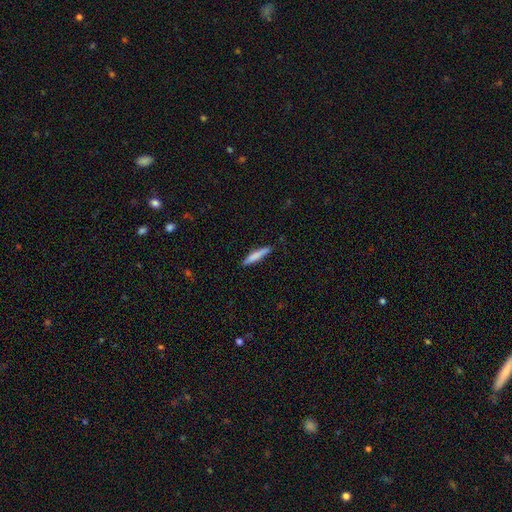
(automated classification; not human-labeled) This appears to be a smooth galaxy with no disk features (78%) that is cigar-shaped (90%). Merging: none (83%).